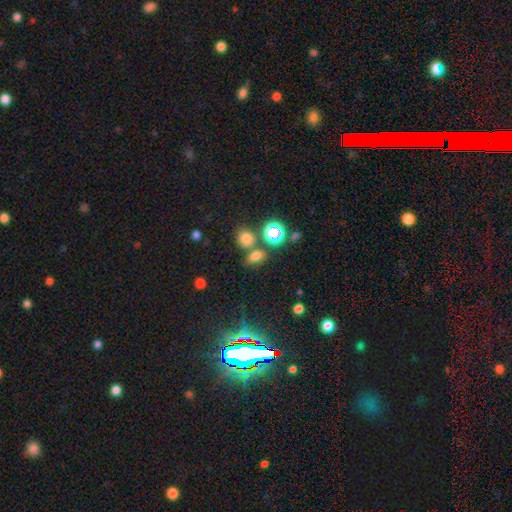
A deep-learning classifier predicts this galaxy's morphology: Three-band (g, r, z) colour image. It shows a smooth galaxy with no disk features (67%) that is in between round and cigar-shaped (66%). Merging: none (63%).